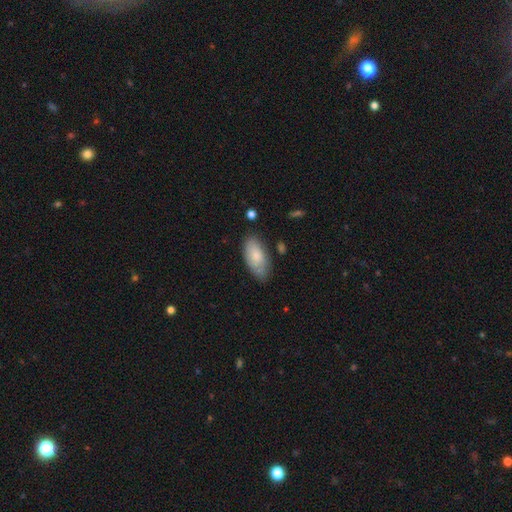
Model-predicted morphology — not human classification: A smooth galaxy with no disk features (74%) that is in between round and cigar-shaped (92%). Merging: none (66%).